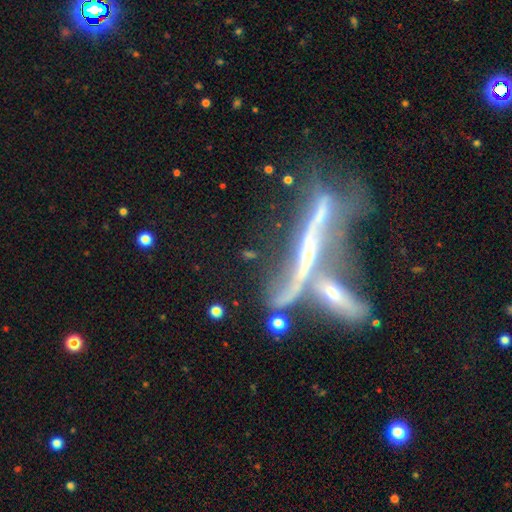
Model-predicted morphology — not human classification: smooth-or-featured: featured or disk: 72% | smooth: 16% | star or artifact: 12%
  disk-edge-on: yes: 63% | no: 37%
  merging: merger: 50% | none: 25% | major disturbance: 13% | minor disturbance: 12%